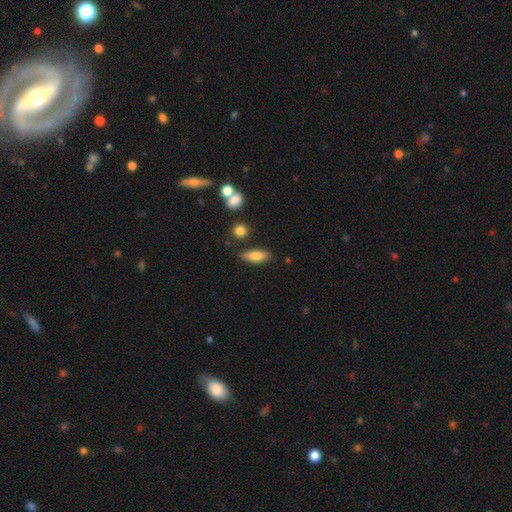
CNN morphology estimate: A smooth galaxy with no disk features (73%) that is in between round and cigar-shaped (65%).

Vote fractions:
- Smooth or featured? smooth: 73% / featured or disk: 20% / star or artifact: 8%
- How rounded? in between: 65% / cigar-shaped: 31% / round: 4%
- Merging? none: 78% / minor disturbance: 14% / merger: 4% / major disturbance: 4%